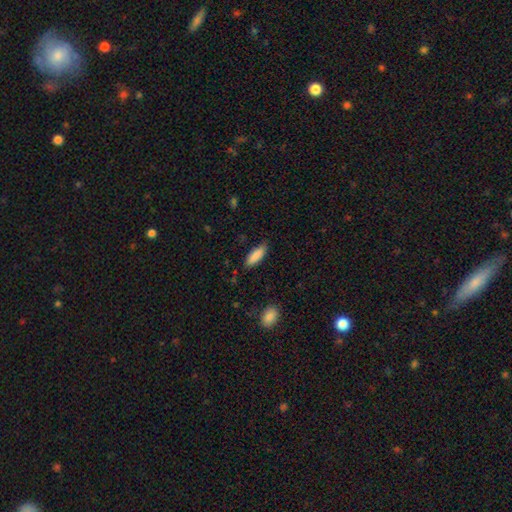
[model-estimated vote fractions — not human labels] Smooth or featured?
  - smooth: 87% *
  - star or artifact: 6%
  - featured or disk: 6%
How rounded?
  - in between: 57% *
  - cigar-shaped: 42%
  - round: 1%
Merging?
  - none: 83% *
  - minor disturbance: 13%
  - major disturbance: 3%
  - merger: 1%